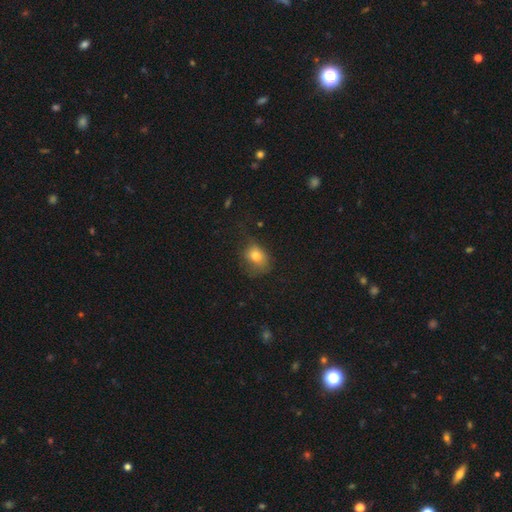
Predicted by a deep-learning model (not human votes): Smooth or featured: smooth — 77% (featured or disk — 12%)
How rounded: in between — 60% (round — 38%)
Merging: none — 48% (minor disturbance — 29%)